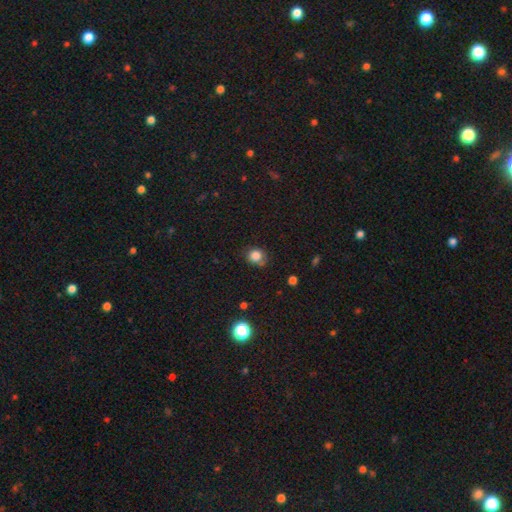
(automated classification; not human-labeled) Smooth or featured? Predicted: smooth (p=0.81). How rounded? Predicted: round (p=0.72). Merging? Predicted: none (p=0.66).